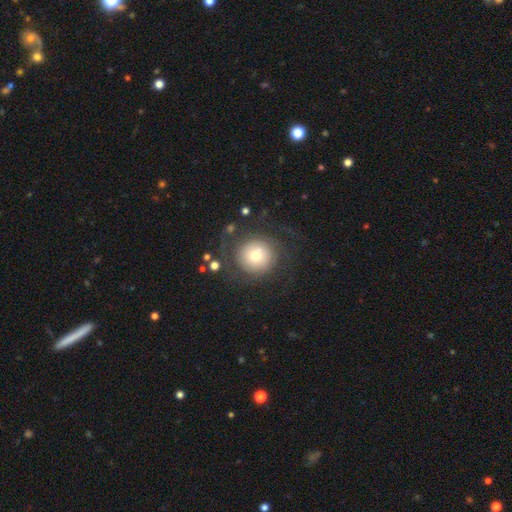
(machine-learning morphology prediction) The model was most divided on "smooth or featured": smooth: 51%, featured or disk: 40%, star or artifact: 9%. More confident: how rounded — round (94%); merging — none (70%).